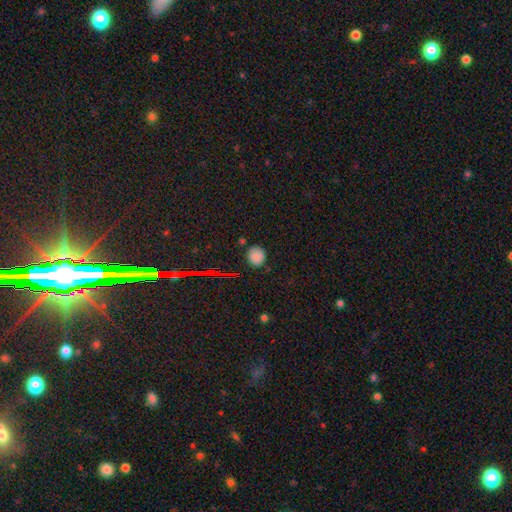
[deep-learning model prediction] Morphology: type=smooth (80%); roundness=round (77%); merging=none (82%).